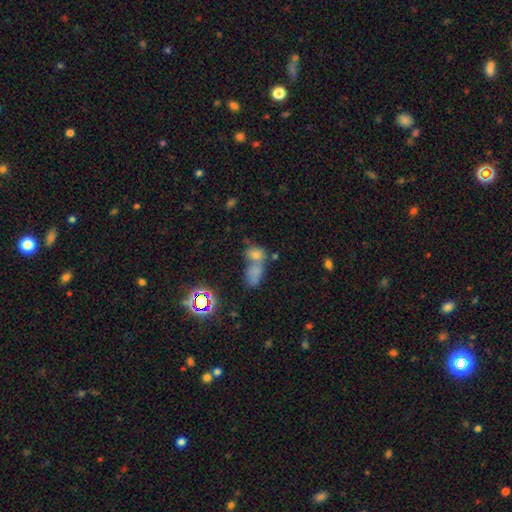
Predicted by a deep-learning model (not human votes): Morphology: type=smooth (58%); roundness=in between (60%); merging=merger (62%).